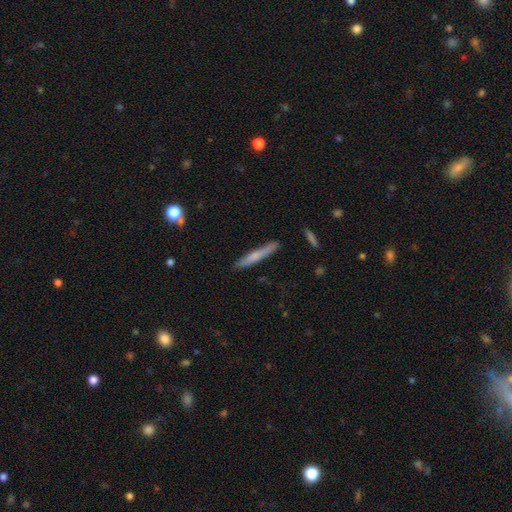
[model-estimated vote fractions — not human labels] This appears to be a smooth galaxy with no disk features (60%) that is cigar-shaped (95%). Merging: none (86%).